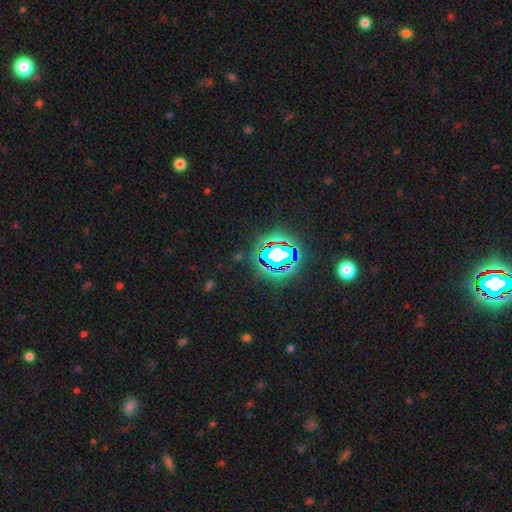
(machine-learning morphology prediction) Smooth or featured? Predicted: star or artifact (p=0.77).